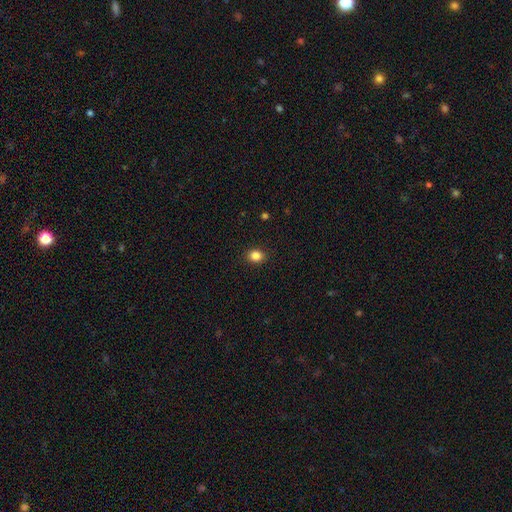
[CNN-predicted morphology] type=smooth (85%); roundness=round (53%); merging=none (91%).